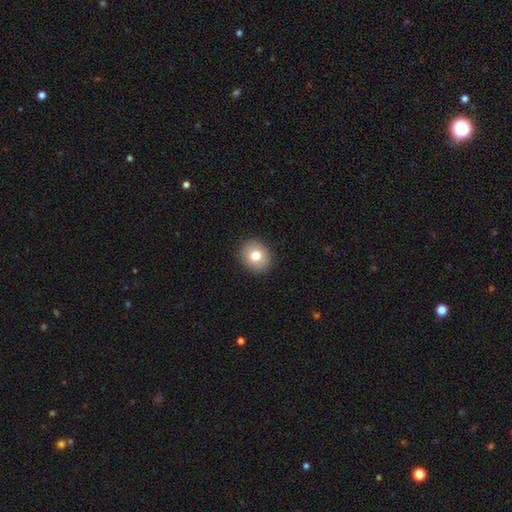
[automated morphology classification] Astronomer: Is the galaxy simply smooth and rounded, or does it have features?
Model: smooth — 78%.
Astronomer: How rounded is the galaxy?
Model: round — 72%.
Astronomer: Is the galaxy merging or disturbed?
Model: none — 91%.